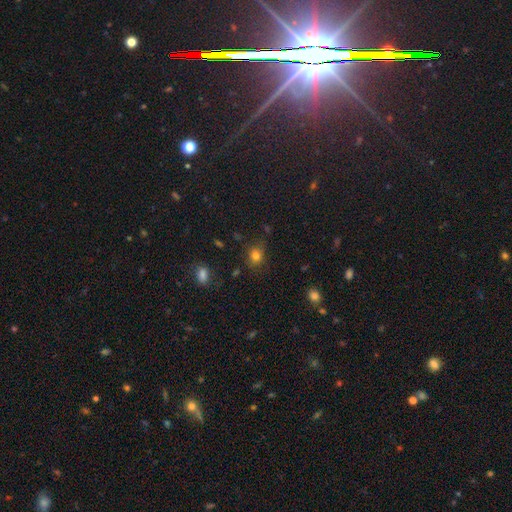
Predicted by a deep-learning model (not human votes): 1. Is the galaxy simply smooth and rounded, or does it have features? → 79% smooth, 15% star or artifact, 7% featured or disk.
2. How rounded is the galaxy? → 60% round, 38% in between, 1% cigar-shaped.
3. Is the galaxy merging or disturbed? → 77% none, 16% minor disturbance, 4% major disturbance, 2% merger.